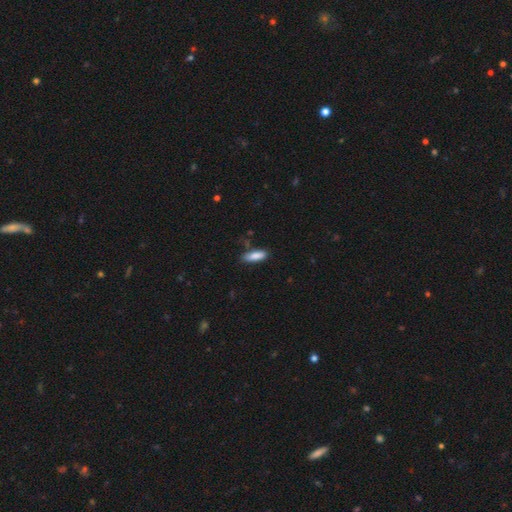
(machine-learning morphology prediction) smooth_or_featured: smooth (p=0.86) [alt: featured or disk p=0.08]
how_rounded: in between (p=0.60) [alt: cigar-shaped p=0.39]
merging: none (p=0.77) [alt: minor disturbance p=0.17]